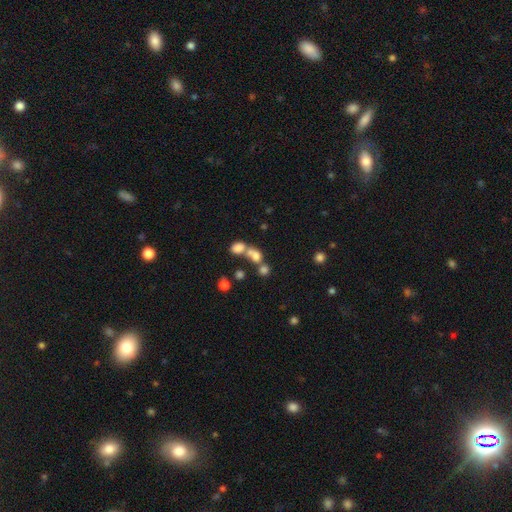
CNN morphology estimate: smooth 70%, star or artifact 15%, featured or disk 15%. Down the decision tree: how rounded — round (58%); merging — merger (53%).